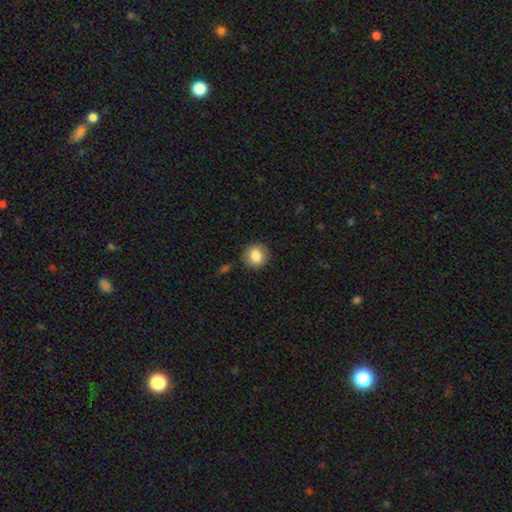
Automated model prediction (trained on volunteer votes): The model was most divided on "how rounded": round: 85%, in between: 14%, cigar-shaped: 1%. More confident: merging — none (86%); smooth or featured — smooth (83%).